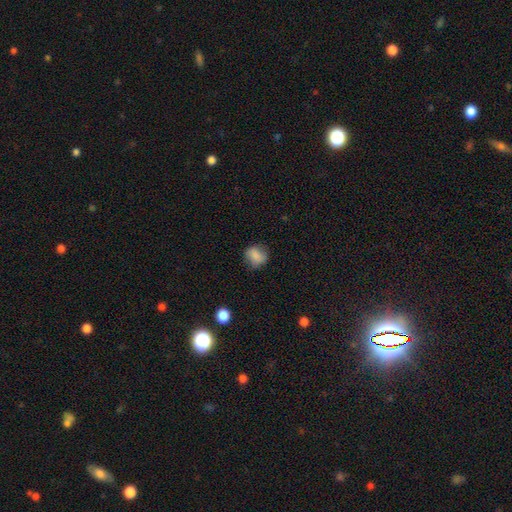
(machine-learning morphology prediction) The model was most divided on "how rounded": round: 69%, in between: 30%, cigar-shaped: 1%. More confident: smooth or featured — smooth (80%); merging — none (73%).